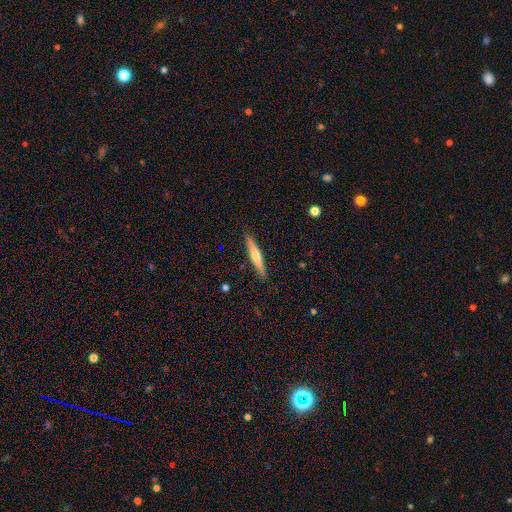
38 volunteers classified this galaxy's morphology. Volunteers were most divided on "smooth or featured": featured or disk: 71%, smooth: 26%, star or artifact: 3%. More confident: edge-on disk — yes (96%); merging — none (89%); edge-on bulge — rounded (81%).